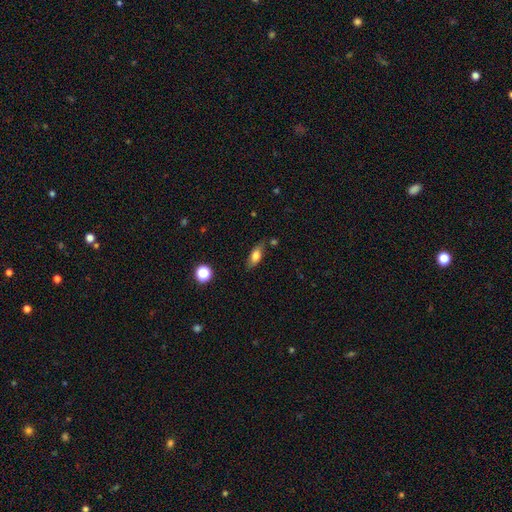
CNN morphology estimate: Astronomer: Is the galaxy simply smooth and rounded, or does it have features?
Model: smooth — 71%.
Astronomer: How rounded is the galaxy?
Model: in between — 74%.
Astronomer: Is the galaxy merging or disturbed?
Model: none — 73%.